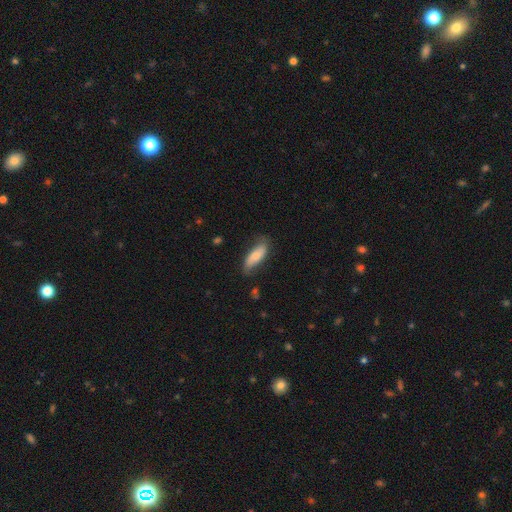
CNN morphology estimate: A smooth galaxy with no disk features (63%) that is in between round and cigar-shaped (68%).

Vote fractions:
- Smooth or featured? smooth: 63% / featured or disk: 31% / star or artifact: 6%
- How rounded? in between: 68% / cigar-shaped: 29% / round: 2%
- Merging? none: 67% / minor disturbance: 25% / major disturbance: 6% / merger: 2%